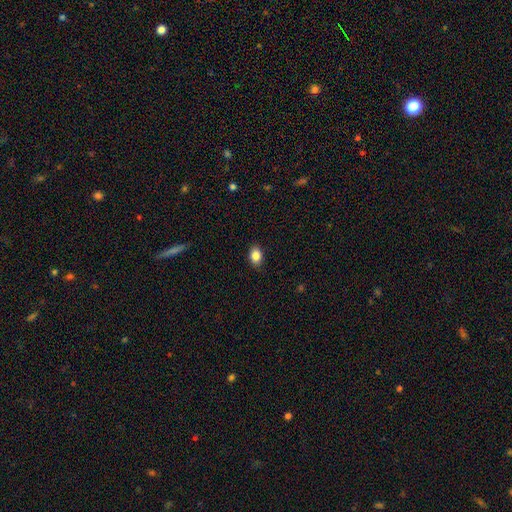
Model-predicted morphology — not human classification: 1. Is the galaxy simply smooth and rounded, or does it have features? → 86% smooth, 9% star or artifact, 6% featured or disk.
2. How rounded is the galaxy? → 79% in between, 20% round, 1% cigar-shaped.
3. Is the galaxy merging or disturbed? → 88% none, 9% minor disturbance, 2% major disturbance, 1% merger.